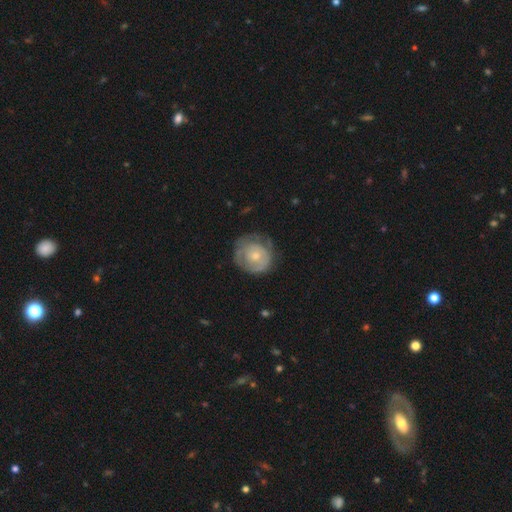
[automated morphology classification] smooth_or_featured: featured or disk (p=0.53) [alt: smooth p=0.41]
disk_edge_on: no (p=0.97) [alt: yes p=0.03]
bar: no (p=0.86) [alt: weak p=0.12]
has_spiral_arms: yes (p=0.52) [alt: no p=0.48]
bulge_size: small (p=0.53) [alt: moderate p=0.42]
merging: none (p=0.60) [alt: minor disturbance p=0.25]